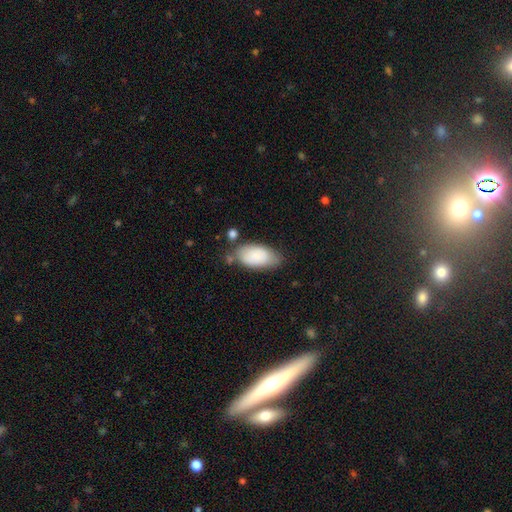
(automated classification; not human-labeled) A smooth galaxy with no disk features (85%) that is in between round and cigar-shaped (94%).

Vote fractions:
- Smooth or featured? smooth: 85% / featured or disk: 8% / star or artifact: 7%
- How rounded? in between: 94% / cigar-shaped: 3% / round: 3%
- Merging? none: 64% / minor disturbance: 23% / merger: 7% / major disturbance: 6%